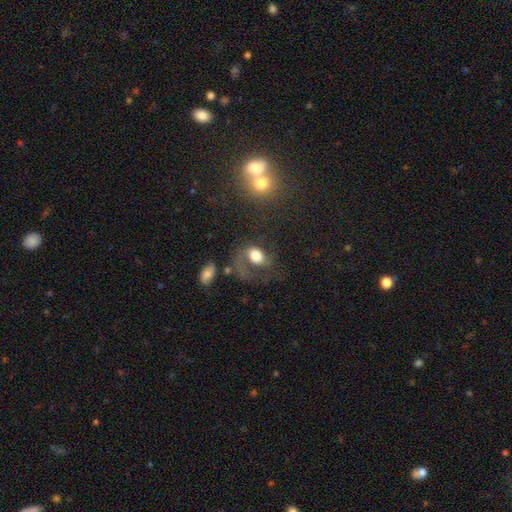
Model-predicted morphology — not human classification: A smooth galaxy with no disk features (46%).

Vote fractions:
- Smooth or featured? smooth: 46% / featured or disk: 44% / star or artifact: 10%
- Merging? major disturbance: 42% / none: 34% / minor disturbance: 17% / merger: 6%